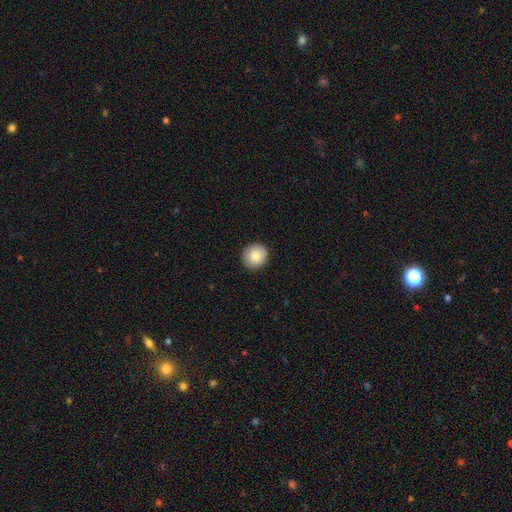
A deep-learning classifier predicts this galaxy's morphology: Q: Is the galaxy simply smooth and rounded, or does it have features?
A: smooth — 86%.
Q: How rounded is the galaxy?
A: round — 91%.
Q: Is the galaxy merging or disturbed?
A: none — 92%.